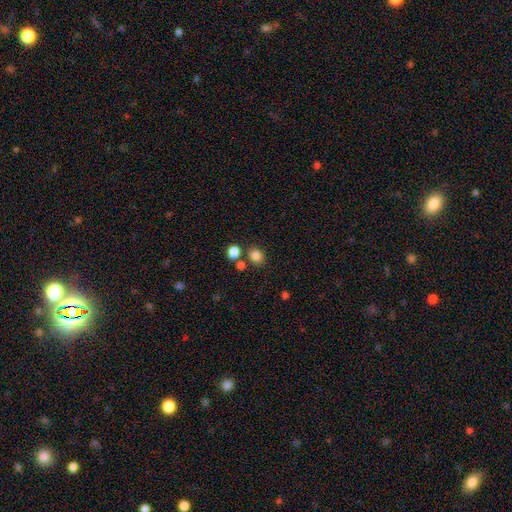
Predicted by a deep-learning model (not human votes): Smooth or featured? smooth (83%)
How rounded? round (70%)
Merging? none (73%)